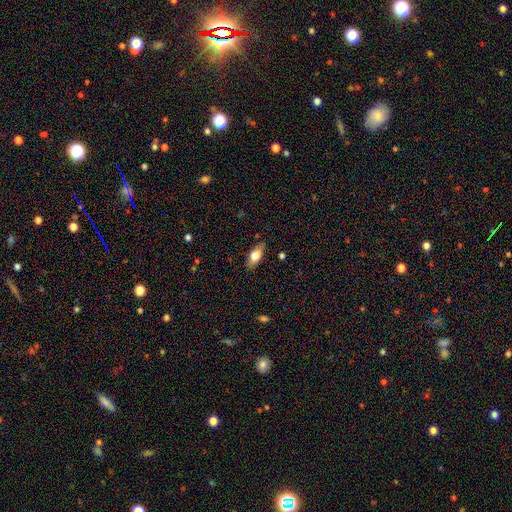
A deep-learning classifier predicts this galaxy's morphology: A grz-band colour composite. It shows a smooth galaxy with no disk features (69%) that is in between round and cigar-shaped (80%). Merging: none (84%).